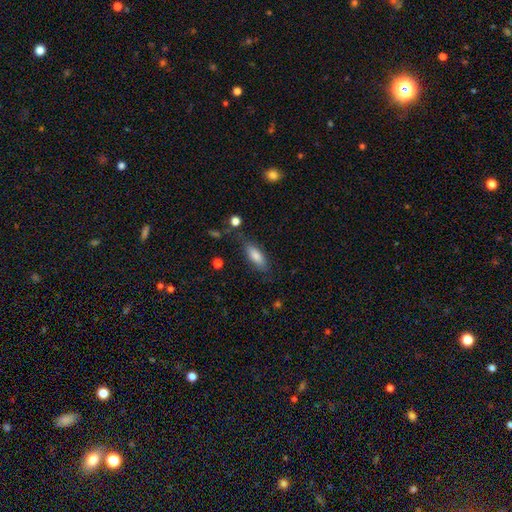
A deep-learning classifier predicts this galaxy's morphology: smooth-or-featured: smooth: 80% | featured or disk: 13% | star or artifact: 7%
  how-rounded: in between: 66% | cigar-shaped: 32% | round: 2%
  merging: none: 73% | minor disturbance: 18% | major disturbance: 6% | merger: 3%